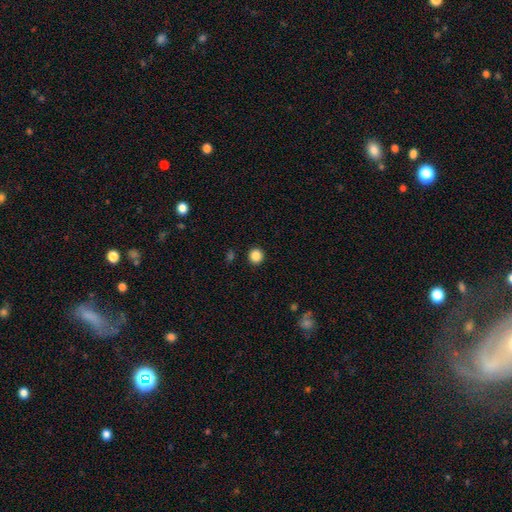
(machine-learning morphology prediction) Smooth or featured?
  - smooth: 87% *
  - star or artifact: 11%
  - featured or disk: 3%
How rounded?
  - round: 94% *
  - in between: 5%
  - cigar-shaped: 1%
Merging?
  - none: 92% *
  - minor disturbance: 4%
  - major disturbance: 2%
  - merger: 1%